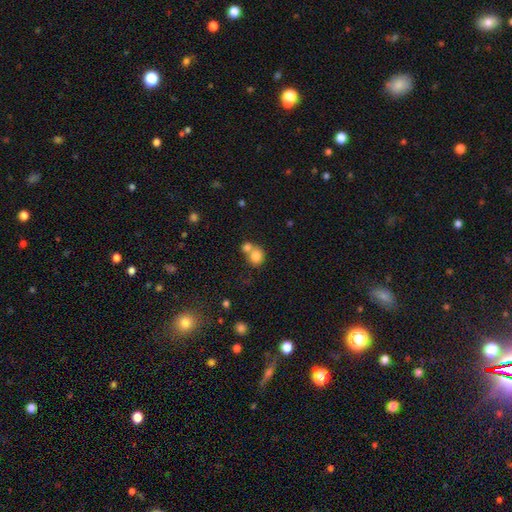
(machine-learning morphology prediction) Smooth or featured? Predicted: smooth (p=0.81). How rounded? Predicted: round (p=0.79). Merging? Predicted: merger (p=0.50).